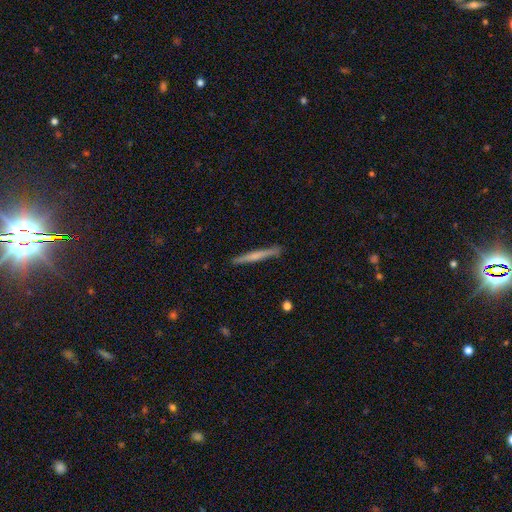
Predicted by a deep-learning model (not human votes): This is possibly a featured or disk galaxy (50%). Merging: clearly none (90%).